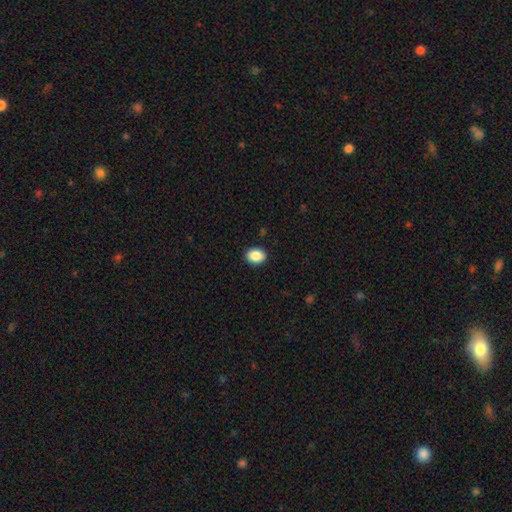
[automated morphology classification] This appears to be a smooth galaxy with no disk features (89%) that is in between round and cigar-shaped (68%). Merging: none (91%).